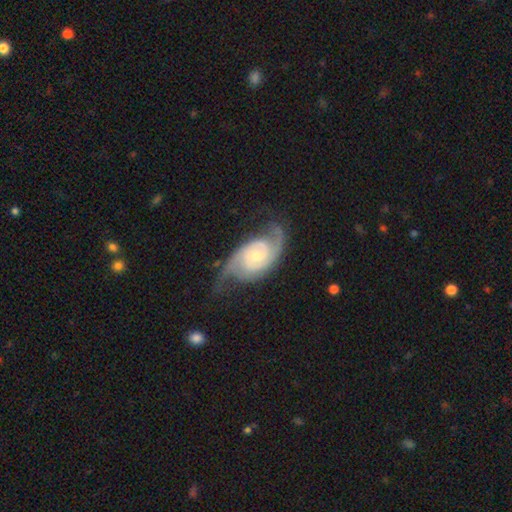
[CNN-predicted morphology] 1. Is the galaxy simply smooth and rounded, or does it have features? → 91% featured or disk, 5% smooth, 4% star or artifact.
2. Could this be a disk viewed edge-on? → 97% no, 3% yes.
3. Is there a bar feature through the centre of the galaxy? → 56% no, 36% weak, 8% strong.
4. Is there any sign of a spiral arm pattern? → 98% yes, 2% no.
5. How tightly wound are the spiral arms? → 45% tight, 41% medium, 13% loose.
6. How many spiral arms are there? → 85% 2, 5% 3, 5% can't tell, 2% 1, 2% 4, 2% more than 4.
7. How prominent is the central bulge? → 52% moderate, 42% small, 3% large, 2% none, 1% dominant.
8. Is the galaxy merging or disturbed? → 66% none, 21% minor disturbance, 11% major disturbance, 2% merger.